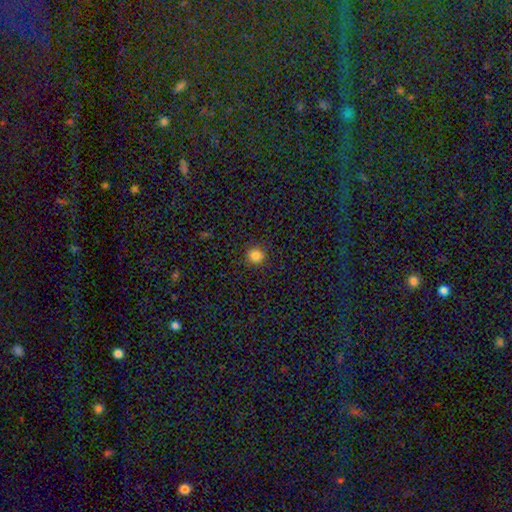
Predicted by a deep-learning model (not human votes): Smooth or featured? Predicted: smooth (p=0.83). How rounded? Predicted: round (p=0.92). Merging? Predicted: none (p=0.90).